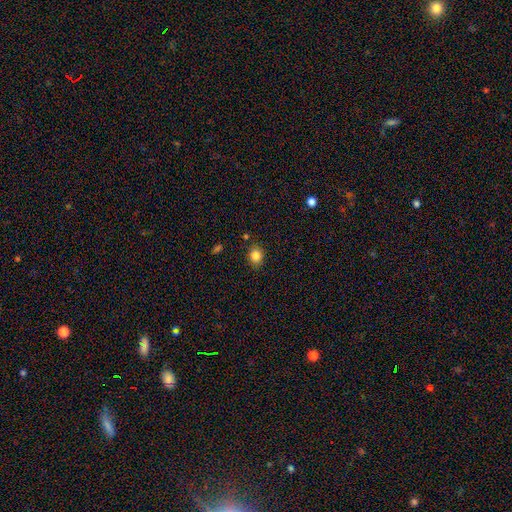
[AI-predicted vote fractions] smooth_or_featured: smooth (p=0.83) [alt: star or artifact p=0.11]
how_rounded: round (p=0.63) [alt: in between p=0.36]
merging: none (p=0.85) [alt: minor disturbance p=0.10]